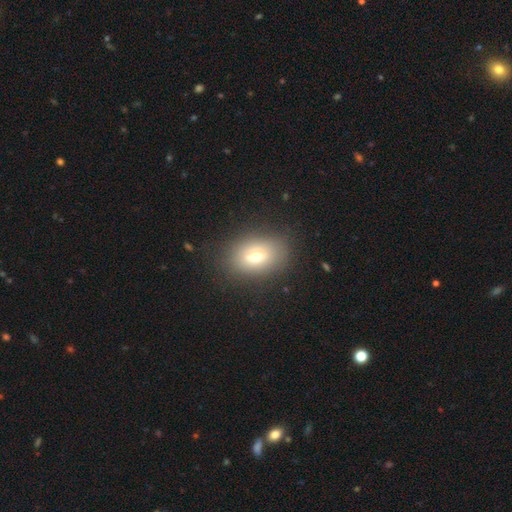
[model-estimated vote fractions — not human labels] smooth-or-featured: smooth: 67% | featured or disk: 22% | star or artifact: 12%
  how-rounded: in between: 79% | round: 18% | cigar-shaped: 3%
  merging: none: 82% | minor disturbance: 12% | major disturbance: 4% | merger: 2%